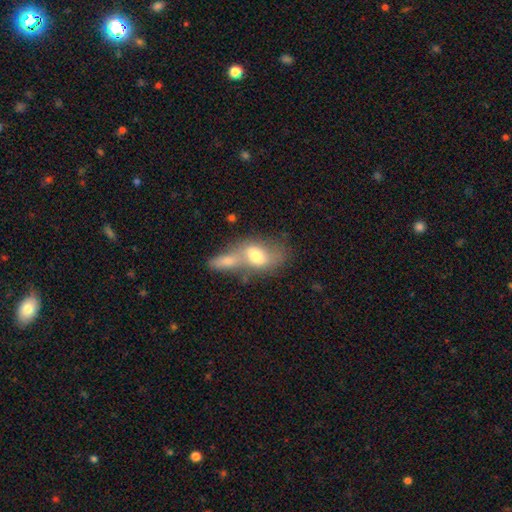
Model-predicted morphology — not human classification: smooth-or-featured: smooth: 65% | featured or disk: 27% | star or artifact: 8%
  how-rounded: in between: 82% | round: 12% | cigar-shaped: 6%
  merging: merger: 59% | none: 23% | minor disturbance: 10% | major disturbance: 7%